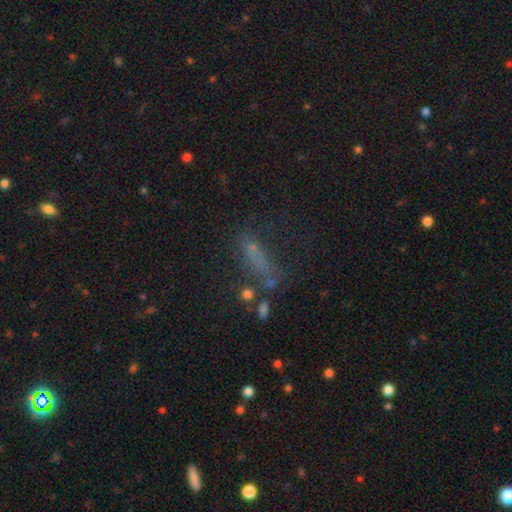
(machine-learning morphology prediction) The model was most divided on "merging": none: 42%, major disturbance: 26%, minor disturbance: 20%, merger: 12%. Remaining: smooth or featured — smooth (49%).